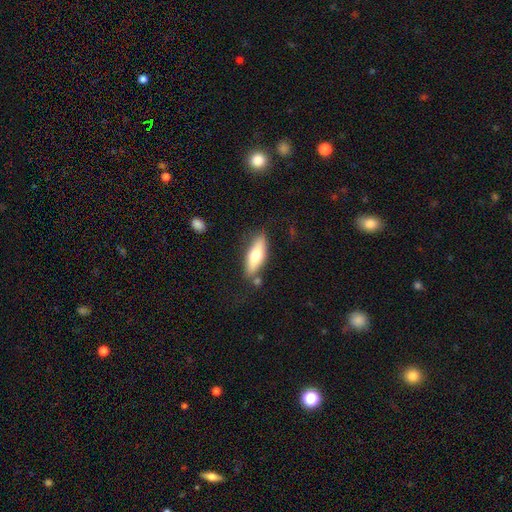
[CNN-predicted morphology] Q: Smooth or featured?
A: smooth (61%); runner-up: featured or disk (33%)
Q: How rounded?
A: in between (54%); runner-up: cigar-shaped (44%)
Q: Merging?
A: none (76%); runner-up: minor disturbance (15%)